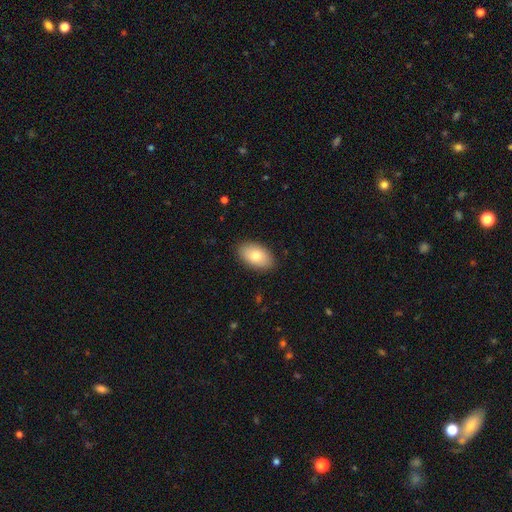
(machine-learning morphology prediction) This appears to be a smooth galaxy with no disk features (79%) that is in between round and cigar-shaped (93%). Merging: none (88%).